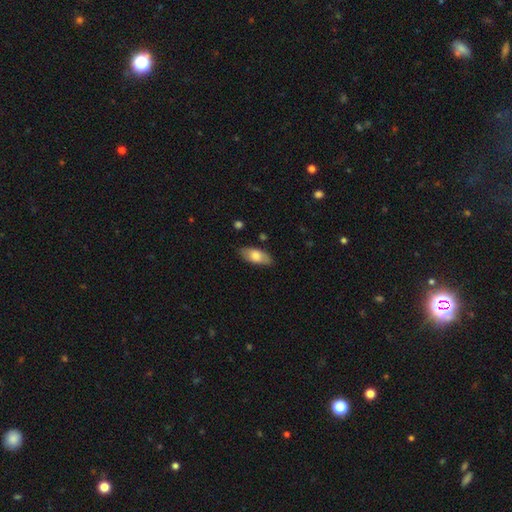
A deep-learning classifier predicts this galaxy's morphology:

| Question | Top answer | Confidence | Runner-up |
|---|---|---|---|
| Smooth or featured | smooth | 74% | featured or disk (20%) |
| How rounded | in between | 87% | cigar-shaped (10%) |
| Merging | none | 82% | minor disturbance (14%) |